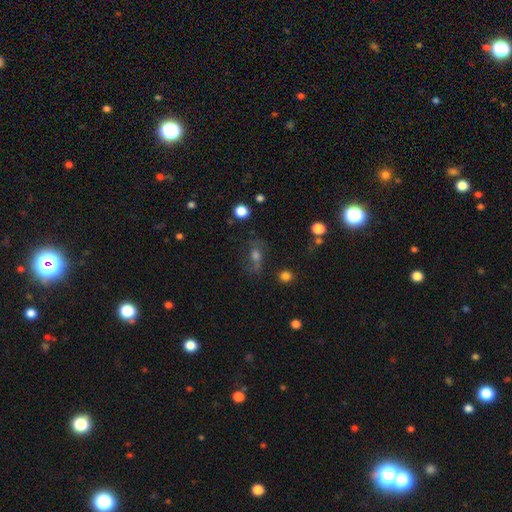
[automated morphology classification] featured or disk 37% (tied), smooth 37% (tied), star or artifact 26%. Down the decision tree: merging — none (60%).